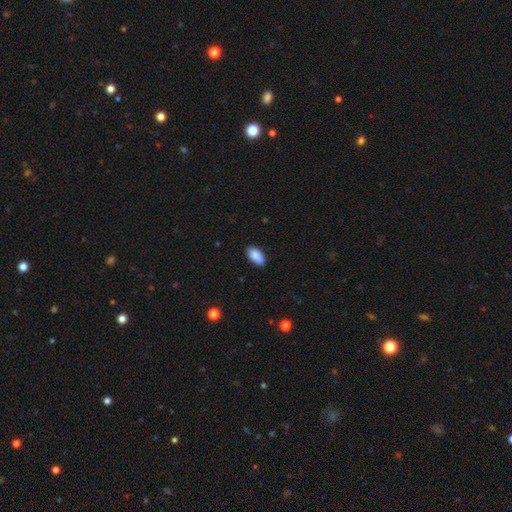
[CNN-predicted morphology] type=smooth (86%); roundness=in between (93%); merging=none (80%).